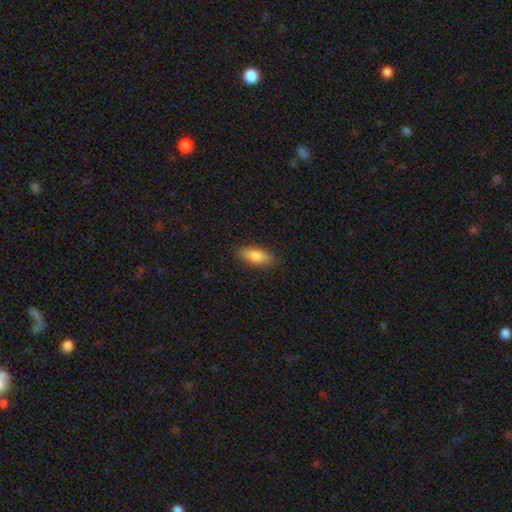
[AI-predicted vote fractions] This is clearly a smooth galaxy (84%). How rounded: likely in between (74%). Merging: clearly none (87%).